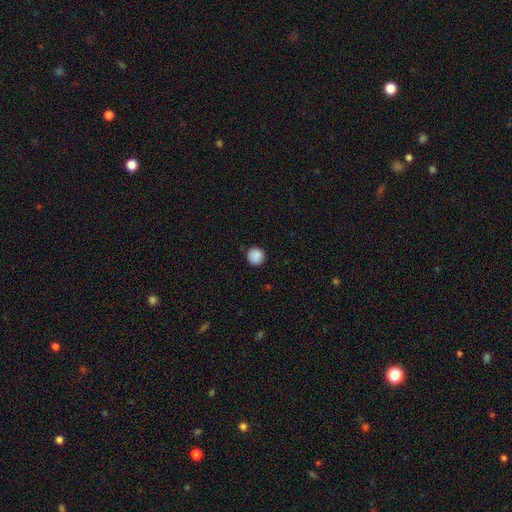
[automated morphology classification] smooth_or_featured: smooth (p=0.88) [alt: star or artifact p=0.09]
how_rounded: round (p=0.95) [alt: in between p=0.04]
merging: none (p=0.89) [alt: minor disturbance p=0.08]